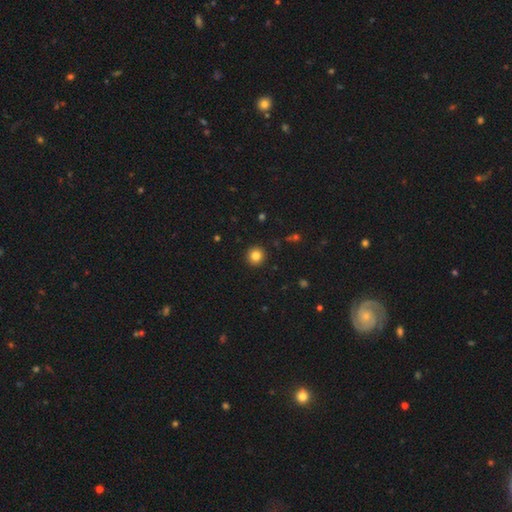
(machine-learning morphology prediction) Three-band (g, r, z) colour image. It shows a smooth galaxy with no disk features (83%) that is round (93%). Merging: none (92%).